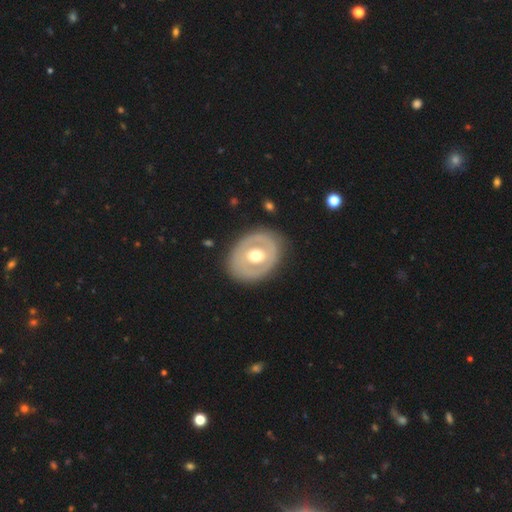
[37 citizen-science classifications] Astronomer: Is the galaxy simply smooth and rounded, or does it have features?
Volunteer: featured or disk — 54% (runner-up: smooth, 41%).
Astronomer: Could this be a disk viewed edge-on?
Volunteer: no — 90%.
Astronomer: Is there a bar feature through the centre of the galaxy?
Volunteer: no — 72%.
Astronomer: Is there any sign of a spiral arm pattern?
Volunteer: no — 94%.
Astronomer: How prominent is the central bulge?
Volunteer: moderate — 78%.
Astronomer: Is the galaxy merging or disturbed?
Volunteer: none — 69%.